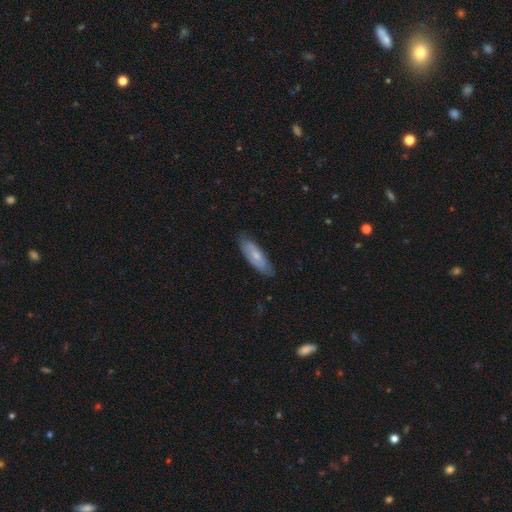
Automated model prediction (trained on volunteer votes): Smooth or featured? smooth (53%)
How rounded? in between (58%)
Merging? none (78%)